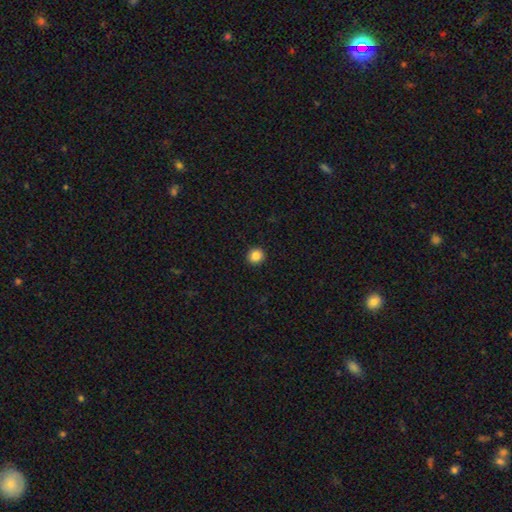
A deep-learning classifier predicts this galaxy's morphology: A smooth galaxy with no disk features (86%) that is round (93%). Merging: none (93%).